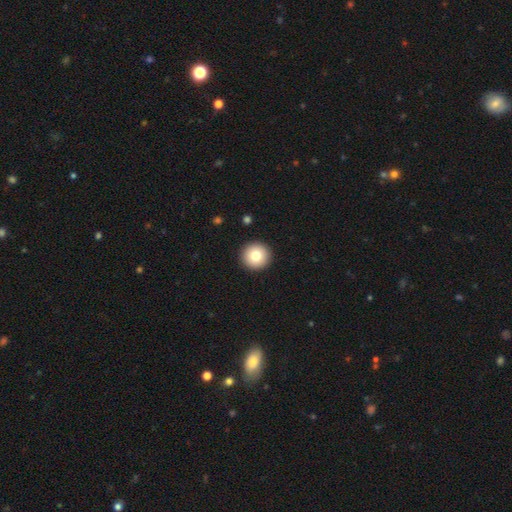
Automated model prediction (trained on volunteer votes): smooth_or_featured: smooth (p=0.79) [alt: featured or disk p=0.12]
how_rounded: round (p=0.96) [alt: in between p=0.03]
merging: none (p=0.93) [alt: minor disturbance p=0.04]